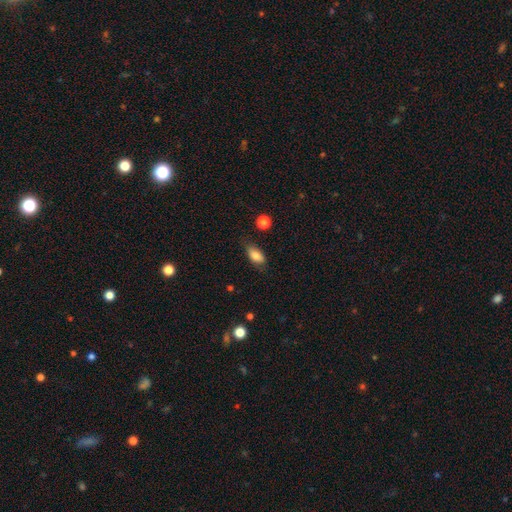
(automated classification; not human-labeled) Smooth or featured: smooth — 83% (featured or disk — 9%)
How rounded: in between — 86% (cigar-shaped — 8%)
Merging: none — 73% (minor disturbance — 20%)